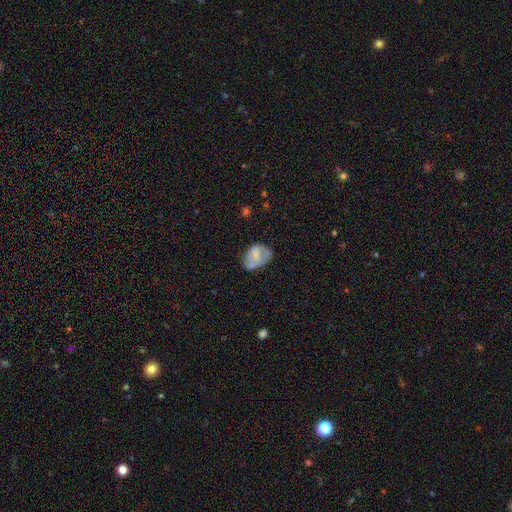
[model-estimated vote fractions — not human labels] The model was most divided on "merging": none: 43%, minor disturbance: 35%, major disturbance: 17%, merger: 6%. More confident: how rounded — in between (78%); smooth or featured — smooth (60%).